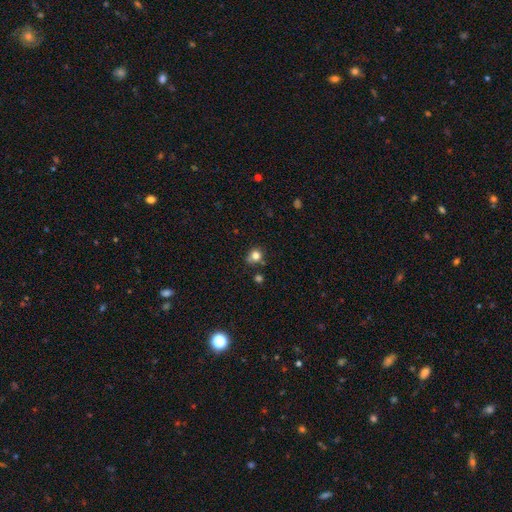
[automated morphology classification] Smooth or featured? Predicted: smooth (p=0.79). How rounded? Predicted: round (p=0.79). Merging? Predicted: none (p=0.67).